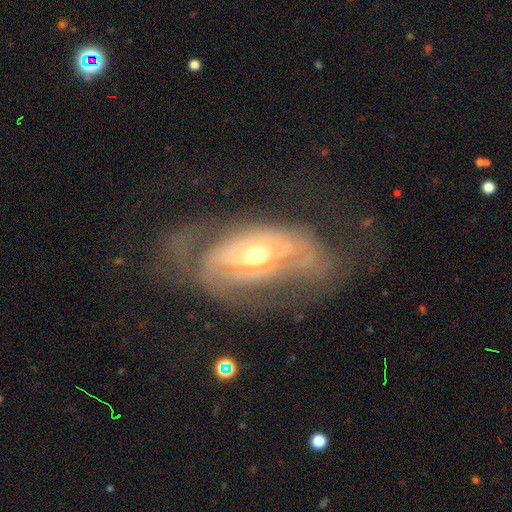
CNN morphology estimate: The model was most divided on "merging": none: 41%, major disturbance: 34%, minor disturbance: 22%, merger: 2%. Remaining: edge-on disk — no (92%); smooth or featured — featured or disk (79%); spiral arms — yes (75%); bulge size — moderate (66%); bar — no (60%); spiral winding — tight (52%); spiral arm count — can't tell (46%).